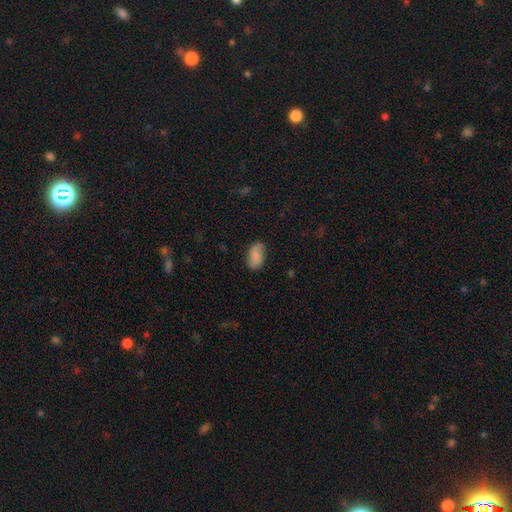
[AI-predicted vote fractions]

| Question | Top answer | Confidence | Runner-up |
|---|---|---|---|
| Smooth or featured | smooth | 81% | featured or disk (11%) |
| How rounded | in between | 93% | round (5%) |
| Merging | none | 77% | minor disturbance (18%) |